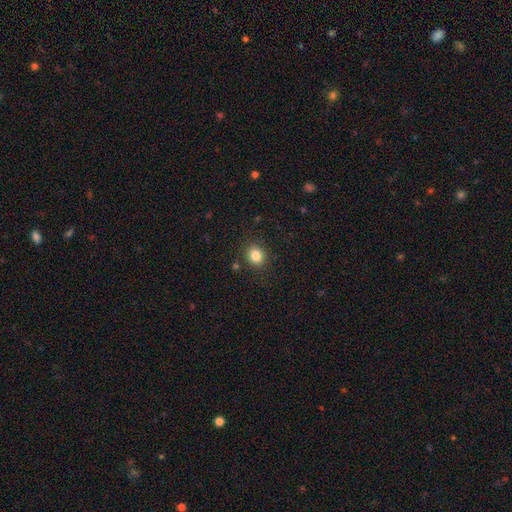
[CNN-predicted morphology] type=smooth (83%); roundness=round (76%); merging=none (88%).